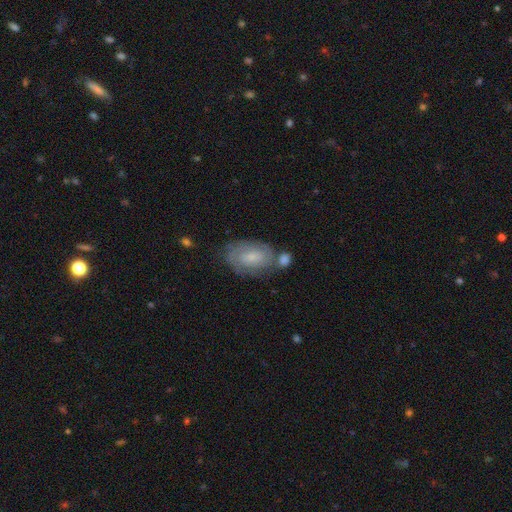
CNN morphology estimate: type=featured or disk (44%); merging=none (66%).